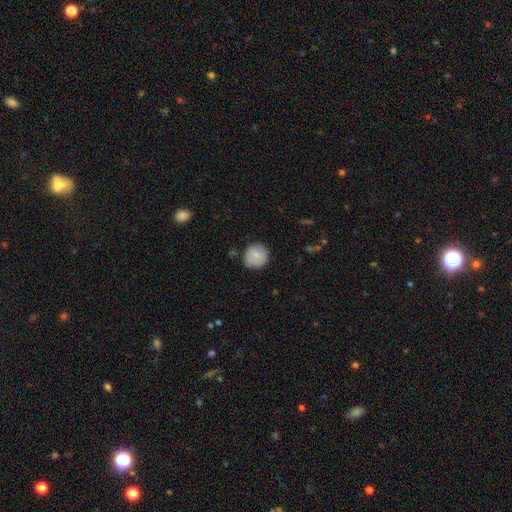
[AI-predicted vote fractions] Smooth or featured? Predicted: smooth (p=0.79). How rounded? Predicted: round (p=0.90). Merging? Predicted: none (p=0.80).